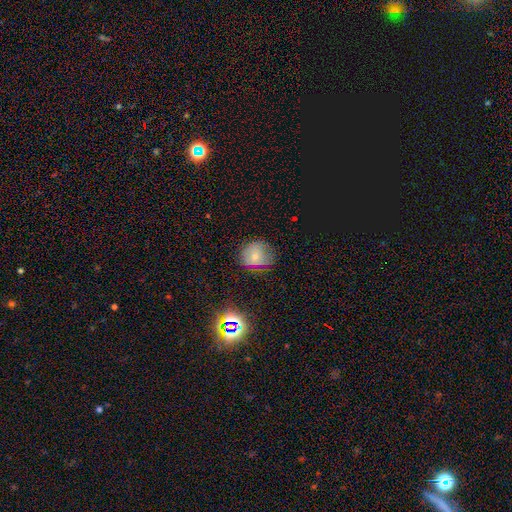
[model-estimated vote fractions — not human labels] Morphology: type=smooth (68%); roundness=round (84%); merging=none (67%).